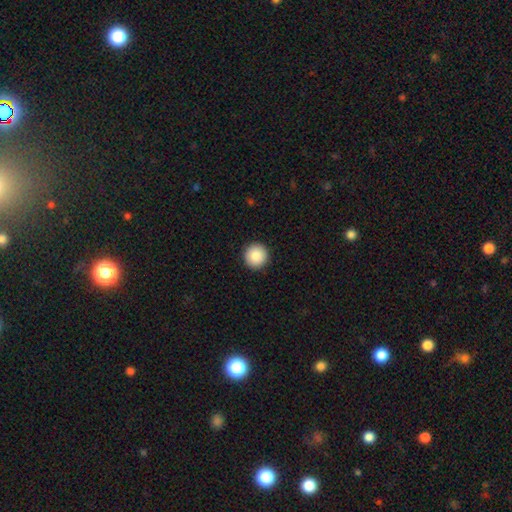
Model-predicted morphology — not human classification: smooth 86%, star or artifact 8%, featured or disk 5%. Down the decision tree: how rounded — round (96%); merging — none (93%).